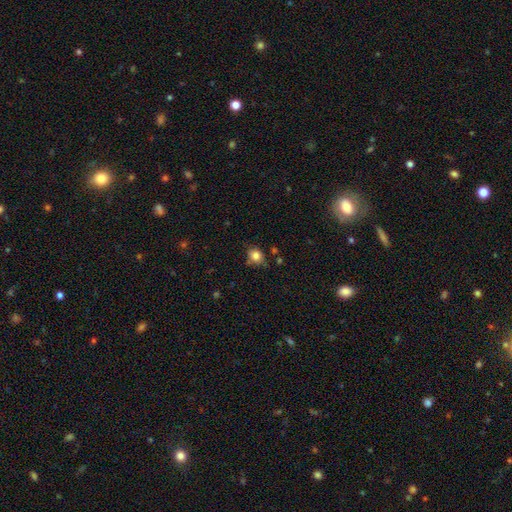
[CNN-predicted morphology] Q: Smooth or featured?
A: smooth (81%); runner-up: star or artifact (11%)
Q: How rounded?
A: round (61%); runner-up: in between (37%)
Q: Merging?
A: none (69%); runner-up: minor disturbance (21%)